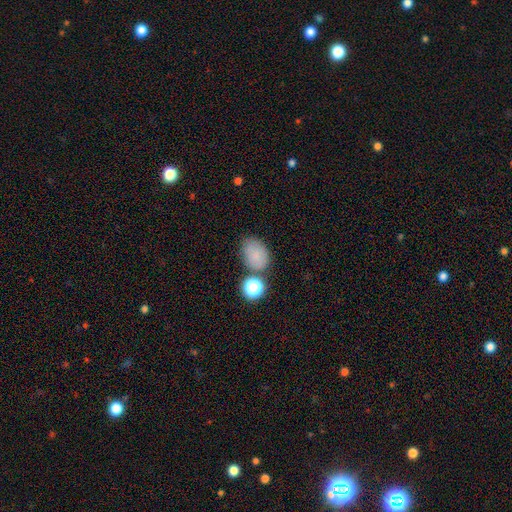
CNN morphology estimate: smooth 78%, star or artifact 13%, featured or disk 9%. Down the decision tree: how rounded — in between (75%); merging — none (67%).